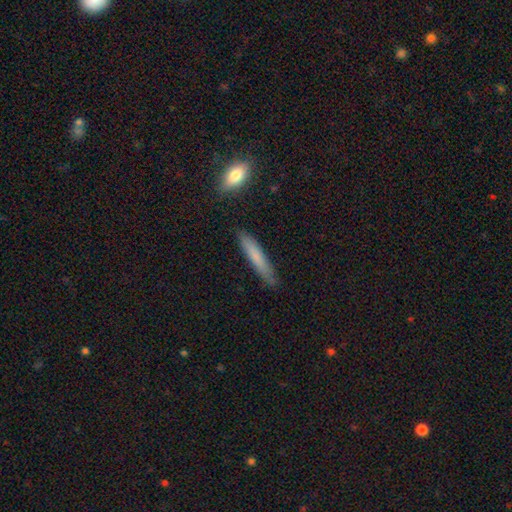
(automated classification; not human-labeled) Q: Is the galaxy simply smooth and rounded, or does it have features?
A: smooth — 75%.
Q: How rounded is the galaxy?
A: cigar-shaped — 92%.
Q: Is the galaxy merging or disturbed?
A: none — 84%.